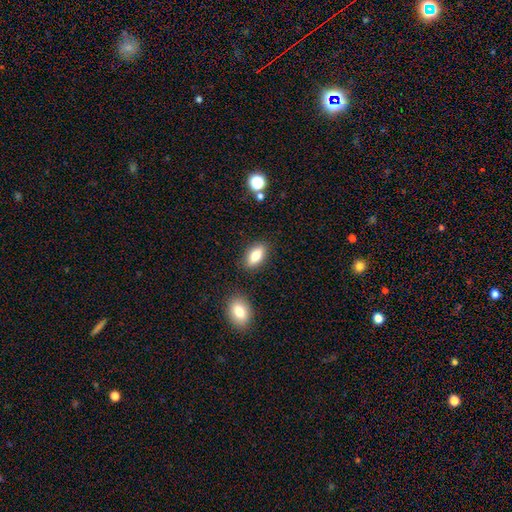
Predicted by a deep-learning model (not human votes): A smooth galaxy with no disk features (79%) that is in between round and cigar-shaped (86%). Merging: none (85%).